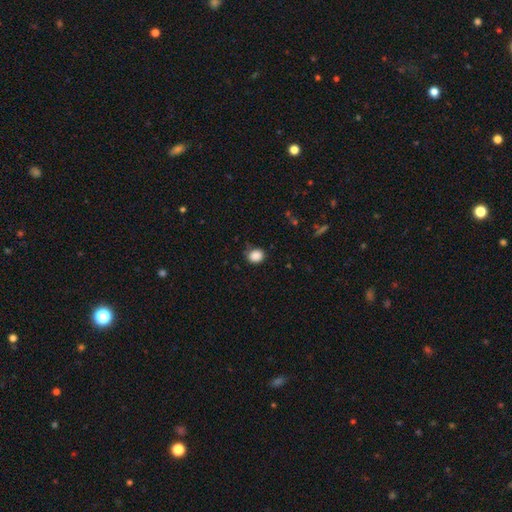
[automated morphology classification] A smooth galaxy with no disk features (88%) that is round (68%). Merging: none (76%).